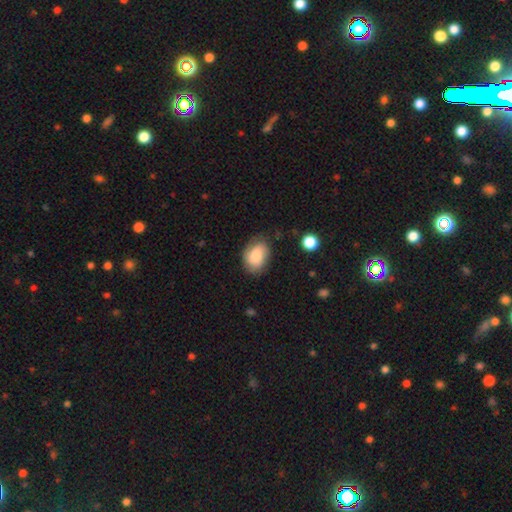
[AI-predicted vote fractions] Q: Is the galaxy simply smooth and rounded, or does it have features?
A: smooth — 70%.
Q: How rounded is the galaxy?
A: in between — 77%.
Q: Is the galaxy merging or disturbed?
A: none — 69%.